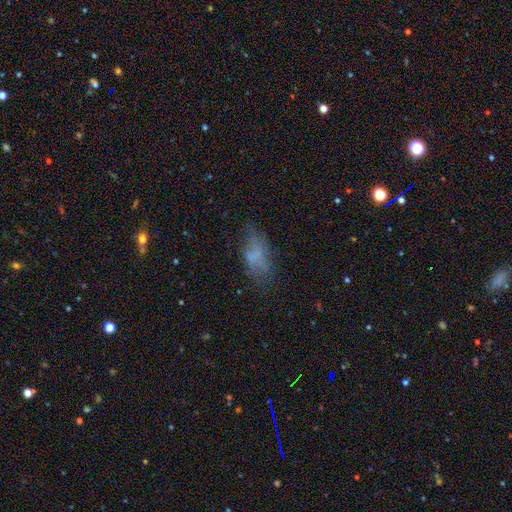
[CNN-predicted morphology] smooth 56%, featured or disk 30%, star or artifact 15%. Down the decision tree: how rounded — in between (84%); merging — none (47%).